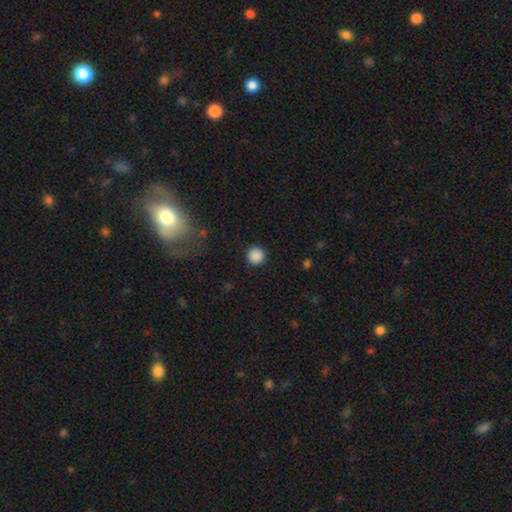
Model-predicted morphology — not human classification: Overall: smooth (88%). How rounded: round (95%). Merging: none (92%).